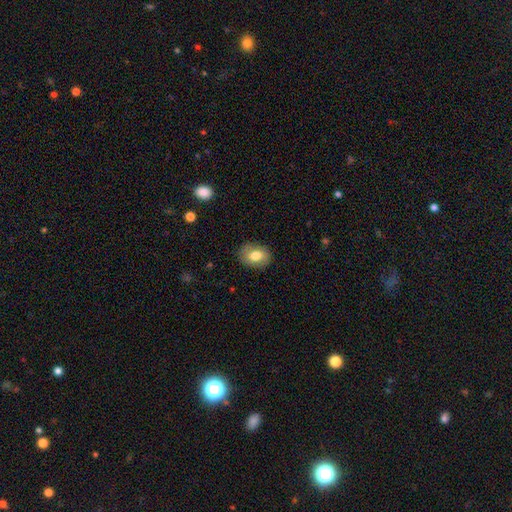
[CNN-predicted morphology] Smooth or featured? smooth (77%)
How rounded? in between (70%)
Merging? none (86%)